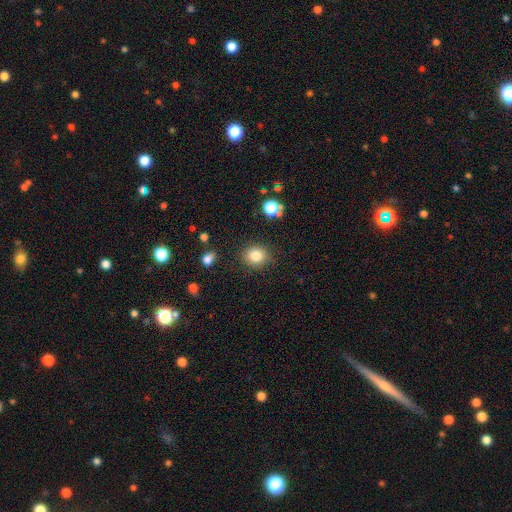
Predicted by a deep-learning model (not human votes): A smooth galaxy with no disk features (82%) that is round (75%).

Vote fractions:
- Smooth or featured? smooth: 82% / star or artifact: 11% / featured or disk: 7%
- How rounded? round: 75% / in between: 24% / cigar-shaped: 1%
- Merging? none: 87% / minor disturbance: 9% / major disturbance: 3% / merger: 2%